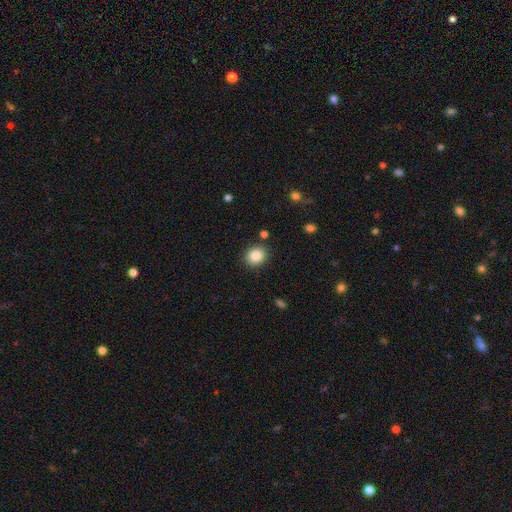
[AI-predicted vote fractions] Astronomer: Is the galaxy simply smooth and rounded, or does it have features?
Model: smooth — 85%.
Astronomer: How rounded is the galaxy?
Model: round — 75%.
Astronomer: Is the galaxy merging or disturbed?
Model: none — 87%.